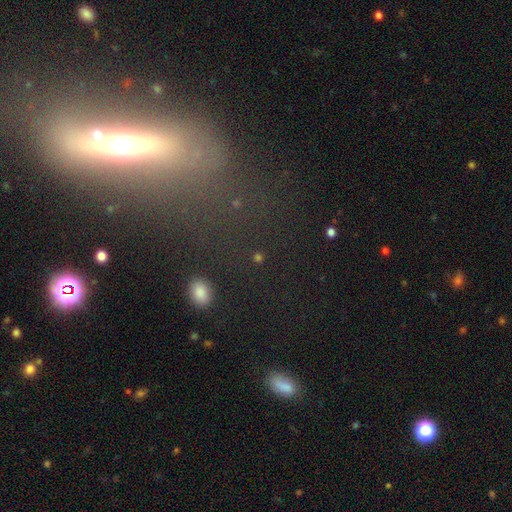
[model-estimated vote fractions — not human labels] smooth_or_featured: smooth (p=0.43) [alt: star or artifact p=0.35]
merging: none (p=0.69) [alt: minor disturbance p=0.13]